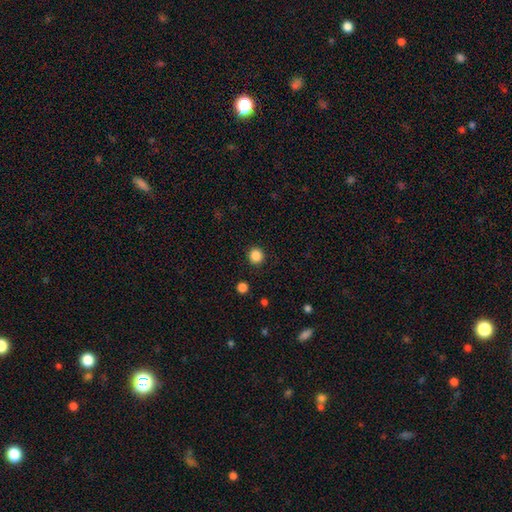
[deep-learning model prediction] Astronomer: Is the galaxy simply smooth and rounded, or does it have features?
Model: smooth — 86%.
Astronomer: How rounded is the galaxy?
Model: round — 94%.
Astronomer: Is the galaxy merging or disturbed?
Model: none — 92%.